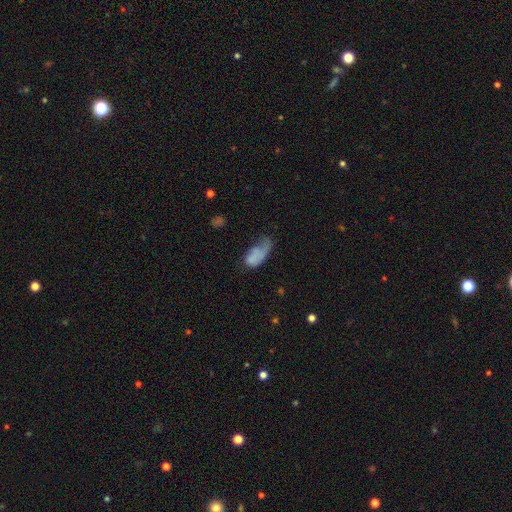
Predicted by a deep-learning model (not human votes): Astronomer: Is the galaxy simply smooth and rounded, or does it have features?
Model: smooth — 68%.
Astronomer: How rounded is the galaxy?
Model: in between — 90%.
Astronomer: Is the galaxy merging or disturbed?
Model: major disturbance — 44% (runner-up: minor disturbance, 29%).